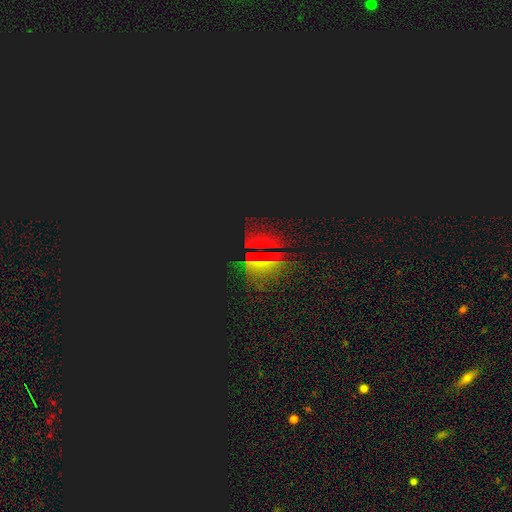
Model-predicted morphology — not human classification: Smooth or featured?
  - star or artifact: 81% *
  - smooth: 11%
  - featured or disk: 8%